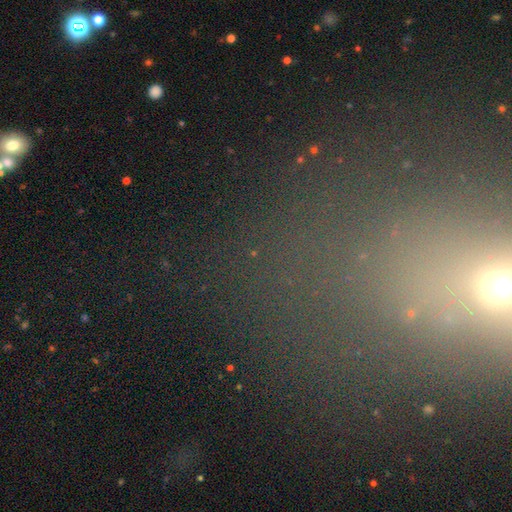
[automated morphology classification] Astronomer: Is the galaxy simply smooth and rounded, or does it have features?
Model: star or artifact — 63%.